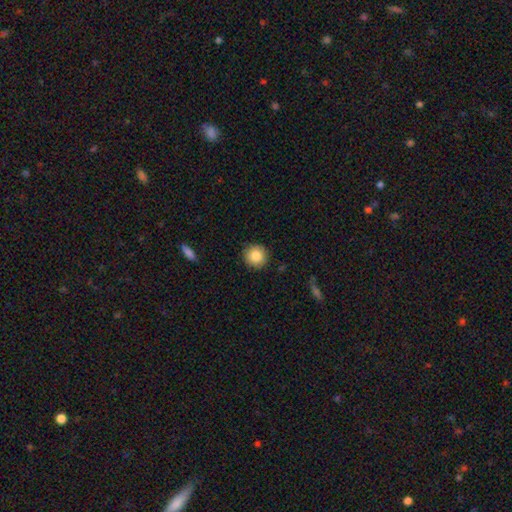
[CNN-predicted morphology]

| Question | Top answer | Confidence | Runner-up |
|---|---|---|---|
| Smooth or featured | smooth | 85% | star or artifact (8%) |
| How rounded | round | 94% | in between (6%) |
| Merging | none | 90% | minor disturbance (7%) |